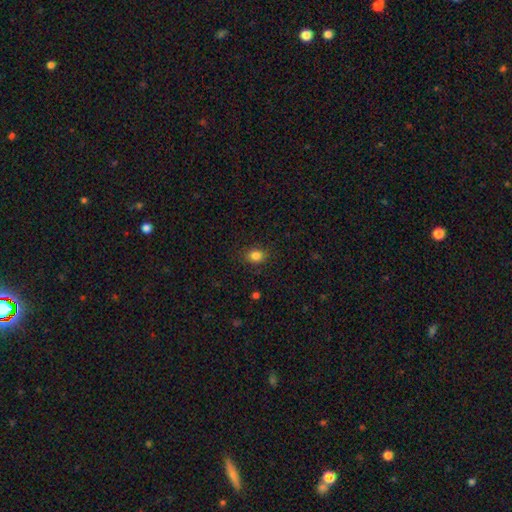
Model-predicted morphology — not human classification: Overall: smooth (84%). How rounded: in between (60%; round 39%). Merging: none (86%).